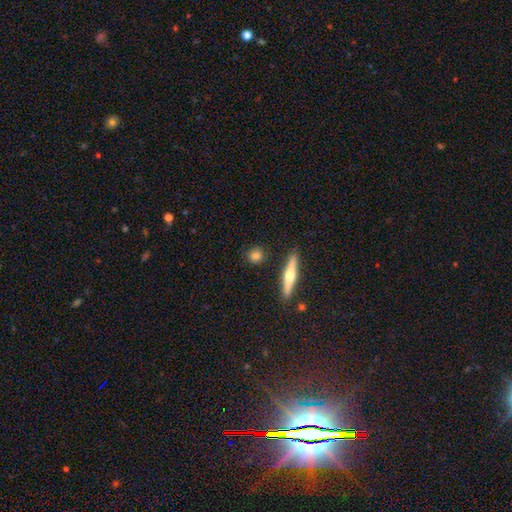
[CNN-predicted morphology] A smooth galaxy with no disk features (76%) that is round (65%). Merging: none (85%).